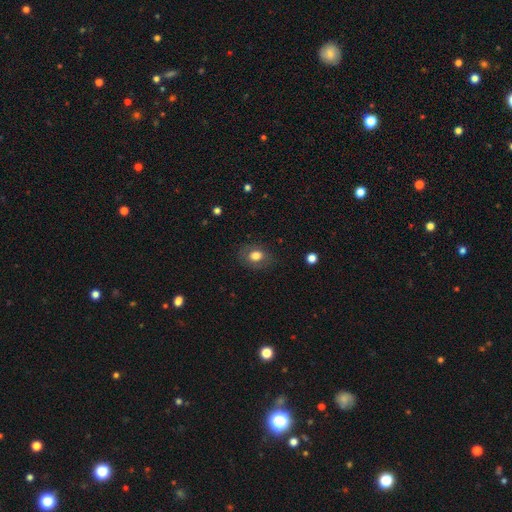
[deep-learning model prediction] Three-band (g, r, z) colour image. It shows a smooth galaxy with no disk features (75%) that is in between round and cigar-shaped (59%). Merging: none (79%).